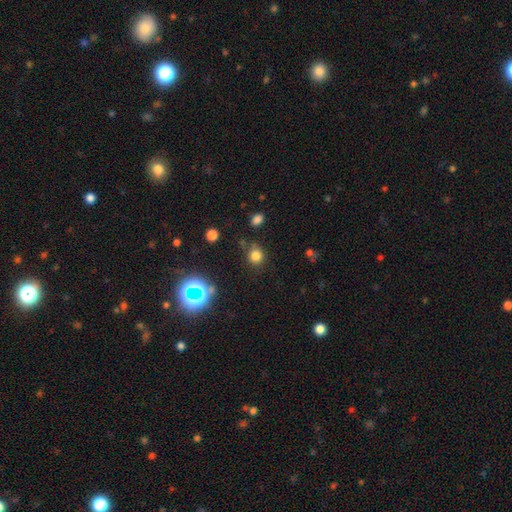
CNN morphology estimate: Smooth or featured? Predicted: smooth (p=0.75). How rounded? Predicted: round (p=0.80). Merging? Predicted: none (p=0.74).